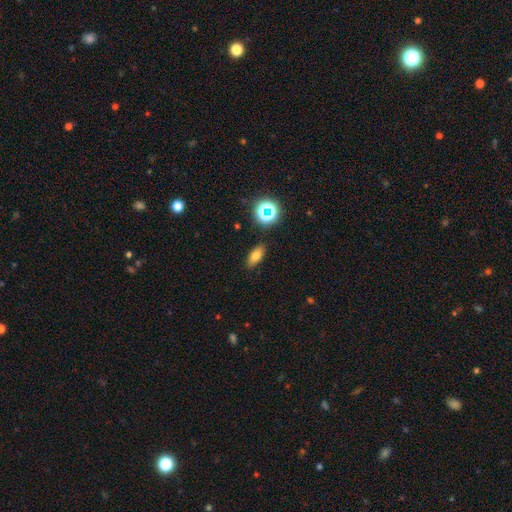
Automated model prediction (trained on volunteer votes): Smooth or featured?
  - smooth: 72% *
  - star or artifact: 16%
  - featured or disk: 12%
How rounded?
  - in between: 79% *
  - cigar-shaped: 13%
  - round: 8%
Merging?
  - none: 87% *
  - minor disturbance: 9%
  - major disturbance: 2%
  - merger: 2%